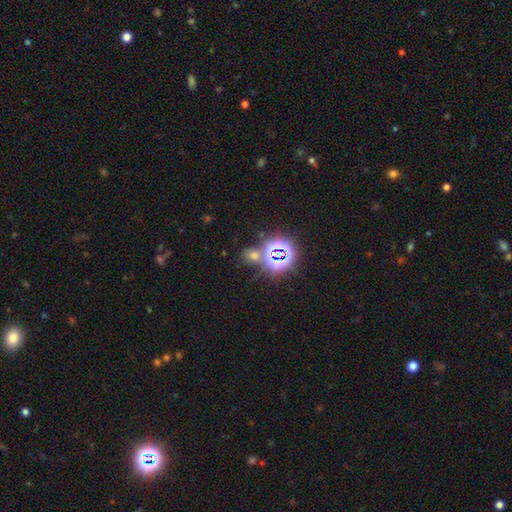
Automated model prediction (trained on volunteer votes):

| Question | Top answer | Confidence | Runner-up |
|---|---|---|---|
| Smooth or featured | star or artifact | 71% | smooth (21%) |